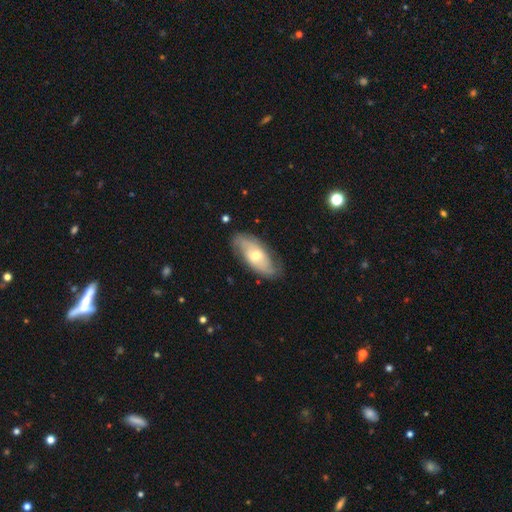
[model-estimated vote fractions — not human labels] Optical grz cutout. It shows a featured or disk galaxy (60%) with no bar (70%), spiral arms (75%) and a moderate central bulge (59%). Merging: none (77%).